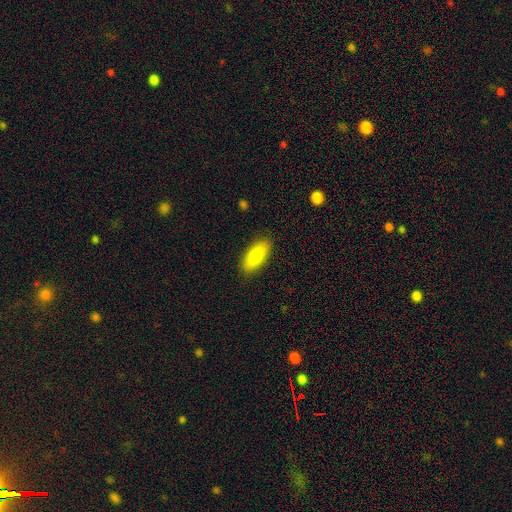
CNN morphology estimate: This appears to be a smooth galaxy with no disk features (82%) that is in between round and cigar-shaped (79%). Merging: none (88%).